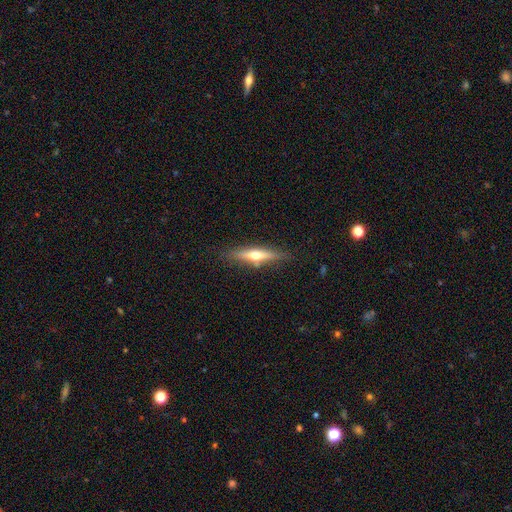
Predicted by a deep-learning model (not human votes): featured or disk 54%, smooth 39%, star or artifact 7%. Down the decision tree: edge-on disk — yes (92%); merging — none (84%).